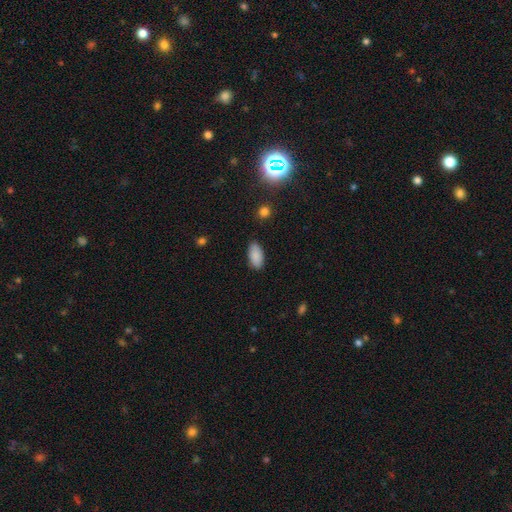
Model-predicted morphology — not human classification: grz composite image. It shows a smooth galaxy with no disk features (89%) that is in between round and cigar-shaped (93%). Merging: none (86%).